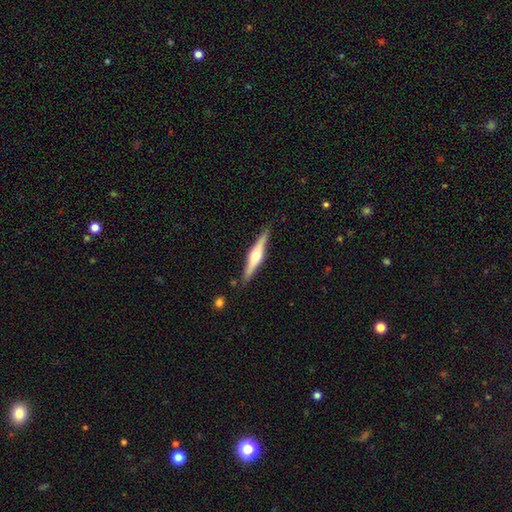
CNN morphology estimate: A featured or disk galaxy (69%) viewed edge-on (97%) with a rounded central bulge (91%).

Vote fractions:
- Smooth or featured? featured or disk: 69% / smooth: 26% / star or artifact: 5%
- Edge-on disk? yes: 97% / no: 3%
- Edge-on bulge? rounded: 91% / boxy: 6% / none: 3%
- Merging? none: 87% / minor disturbance: 9% / merger: 2% / major disturbance: 2%